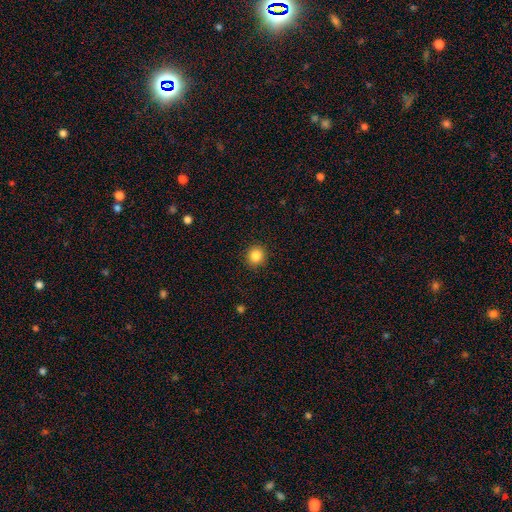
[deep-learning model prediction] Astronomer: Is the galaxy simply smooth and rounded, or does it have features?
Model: smooth — 85%.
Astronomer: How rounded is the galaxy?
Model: round — 91%.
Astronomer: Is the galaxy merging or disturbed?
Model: none — 92%.